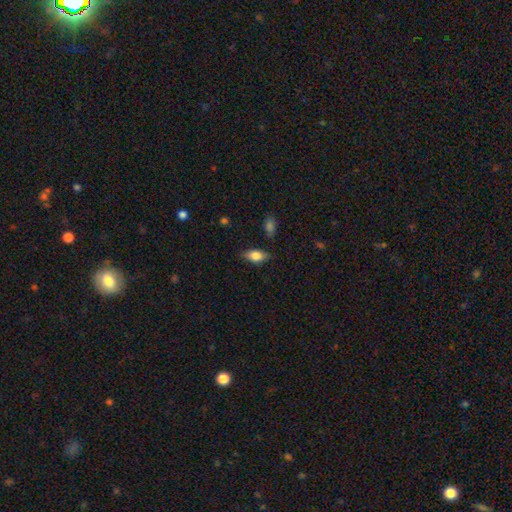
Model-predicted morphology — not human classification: smooth-or-featured: smooth: 76% | featured or disk: 16% | star or artifact: 8%
  how-rounded: in between: 86% | cigar-shaped: 9% | round: 5%
  merging: none: 78% | minor disturbance: 17% | major disturbance: 4% | merger: 2%